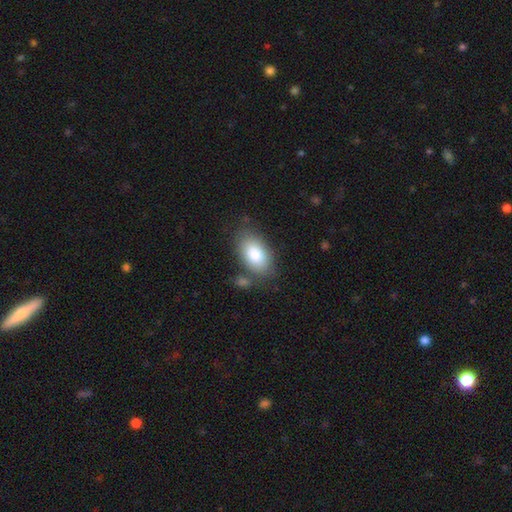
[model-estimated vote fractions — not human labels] Morphology: type=smooth (82%); roundness=in between (93%); merging=none (71%).